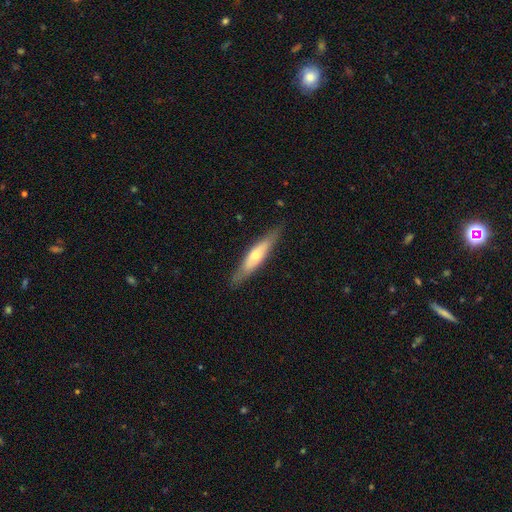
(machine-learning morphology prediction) This appears to be a featured or disk galaxy (47%, tied with smooth). Merging: none (84%).